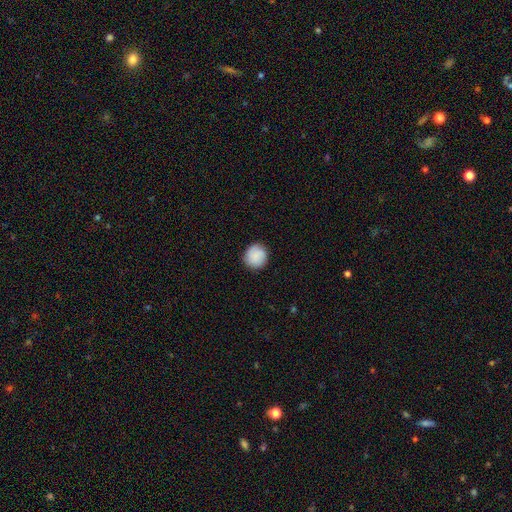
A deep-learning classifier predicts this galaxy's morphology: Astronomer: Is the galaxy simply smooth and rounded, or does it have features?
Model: smooth — 87%.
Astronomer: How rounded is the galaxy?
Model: round — 93%.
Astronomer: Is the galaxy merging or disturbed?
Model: none — 88%.